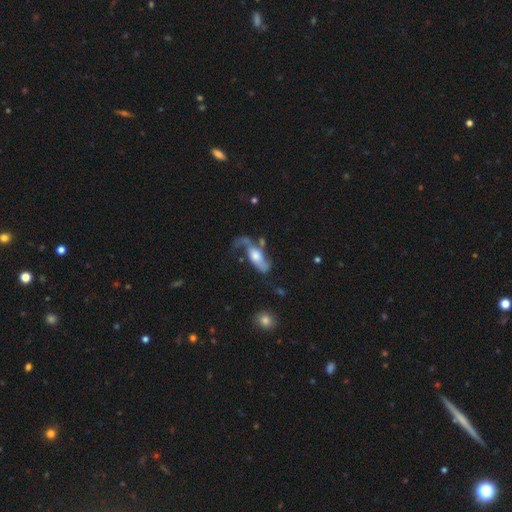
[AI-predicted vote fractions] Morphology: type=featured or disk (61%); edge-on=no (81%); merging=major disturbance (38%).